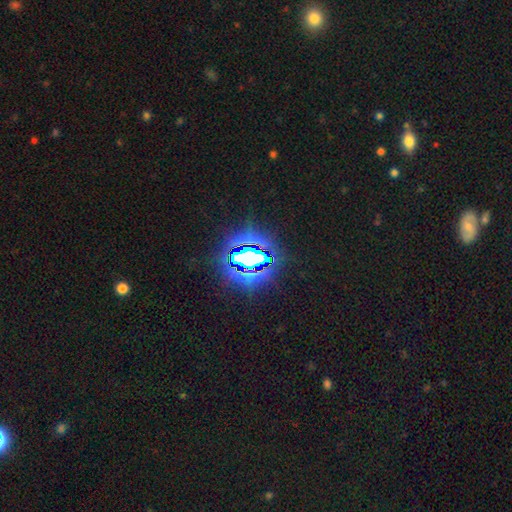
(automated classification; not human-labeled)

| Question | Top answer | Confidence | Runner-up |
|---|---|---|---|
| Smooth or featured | star or artifact | 74% | smooth (14%) |